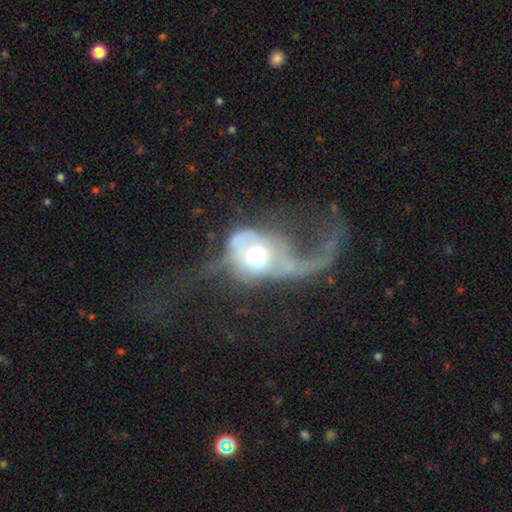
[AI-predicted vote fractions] smooth-or-featured: featured or disk: 53% | smooth: 35% | star or artifact: 11%
  disk-edge-on: no: 90% | yes: 10%
  merging: major disturbance: 66% | none: 14% | minor disturbance: 10% | merger: 9%